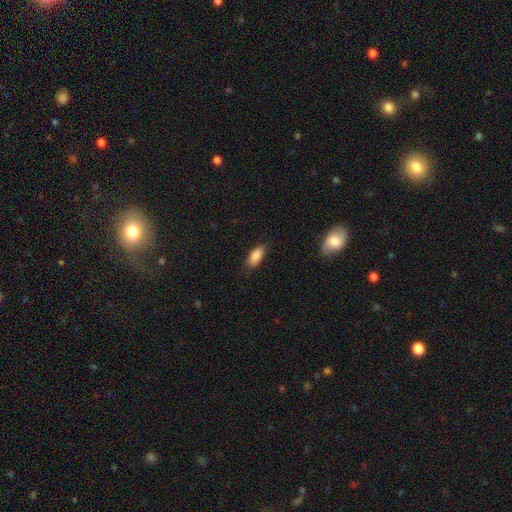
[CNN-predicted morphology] smooth-or-featured: smooth: 87% | star or artifact: 7% | featured or disk: 6%
  how-rounded: in between: 88% | cigar-shaped: 9% | round: 2%
  merging: none: 81% | minor disturbance: 15% | major disturbance: 3% | merger: 1%